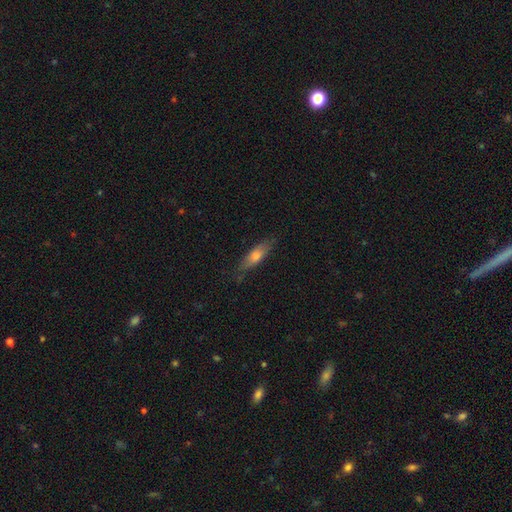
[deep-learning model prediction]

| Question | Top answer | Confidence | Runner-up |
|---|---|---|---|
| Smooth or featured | smooth | 61% | featured or disk (32%) |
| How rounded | cigar-shaped | 63% | in between (35%) |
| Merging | none | 78% | minor disturbance (17%) |